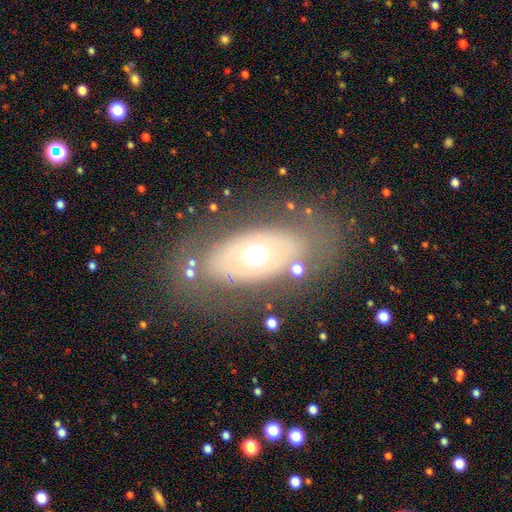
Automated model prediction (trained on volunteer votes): Smooth or featured? featured or disk (48%)
Merging? none (74%)